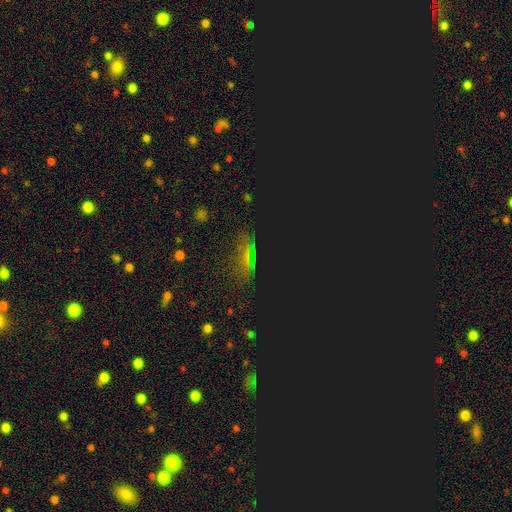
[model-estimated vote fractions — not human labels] This appears to be a star or artifact, not a galaxy (72%).